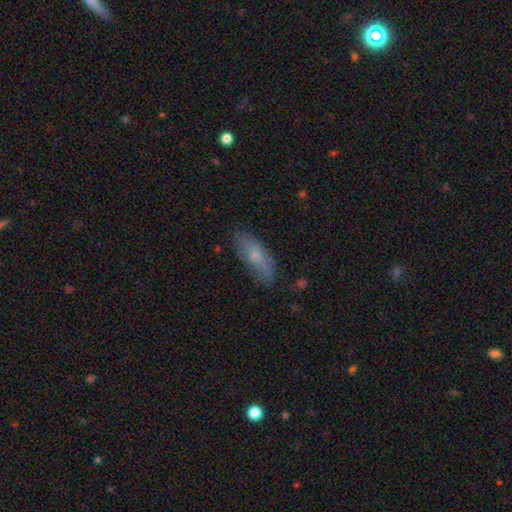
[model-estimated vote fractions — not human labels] A smooth galaxy with no disk features (66%) that is in between round and cigar-shaped (64%). Merging: none (78%).